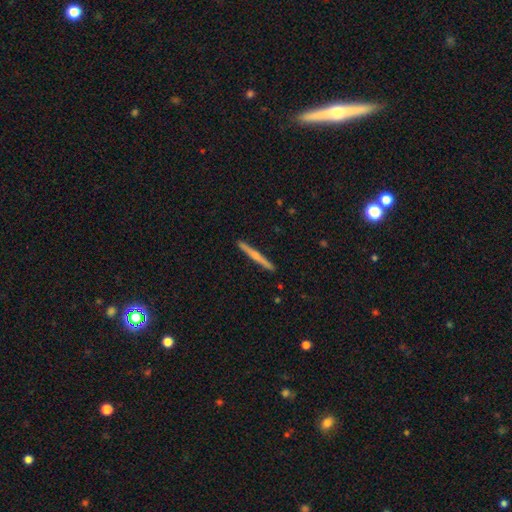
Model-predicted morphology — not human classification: Smooth or featured?
  - featured or disk: 53% *
  - smooth: 42%
  - star or artifact: 5%
Edge-on disk?
  - yes: 98% *
  - no: 2%
Edge-on bulge?
  - rounded: 55% *
  - none: 38%
  - boxy: 7%
Merging?
  - none: 92% *
  - minor disturbance: 5%
  - major disturbance: 1%
  - merger: 1%